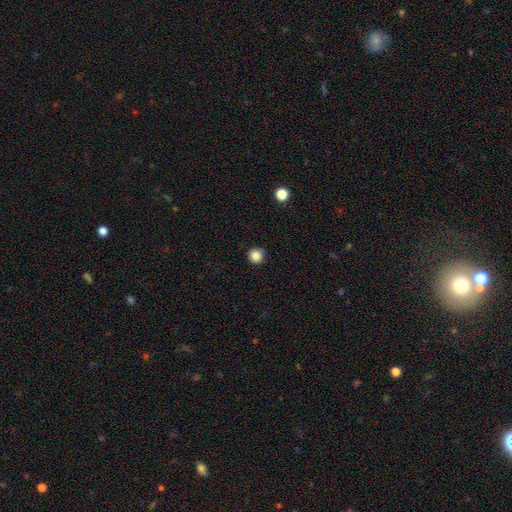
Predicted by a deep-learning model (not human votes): This appears to be a smooth galaxy with no disk features (85%) that is round (94%). Merging: none (88%).